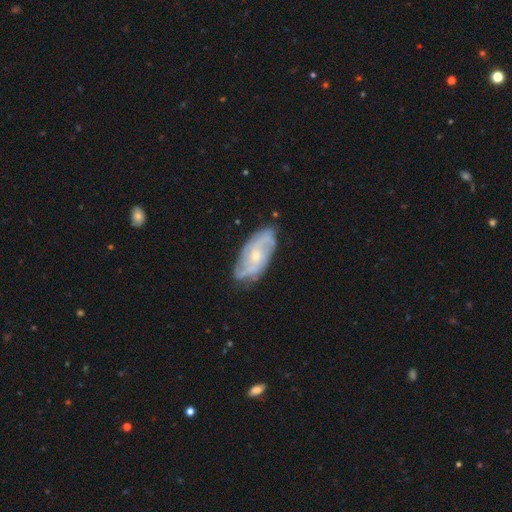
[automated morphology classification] The model was most divided on "spiral winding": tight: 42%, medium: 41%, loose: 17%. Remaining: edge-on disk — no (93%); spiral arms — yes (92%); smooth or featured — featured or disk (78%); merging — none (74%); bar — no (67%); bulge size — small (58%); spiral arm count — 2 (37%).